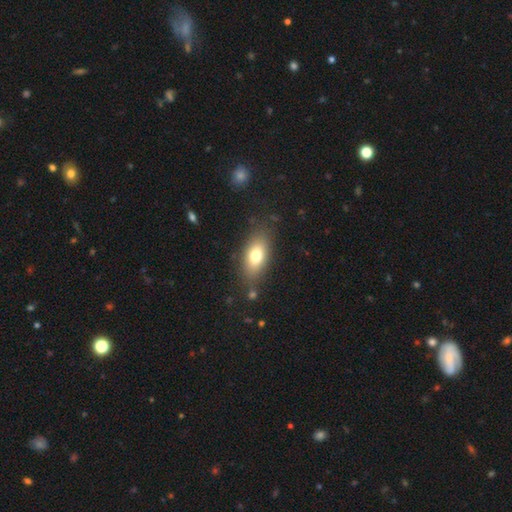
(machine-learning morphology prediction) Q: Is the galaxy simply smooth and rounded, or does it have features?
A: smooth — 74%.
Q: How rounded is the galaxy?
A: in between — 85%.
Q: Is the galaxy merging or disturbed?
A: none — 80%.